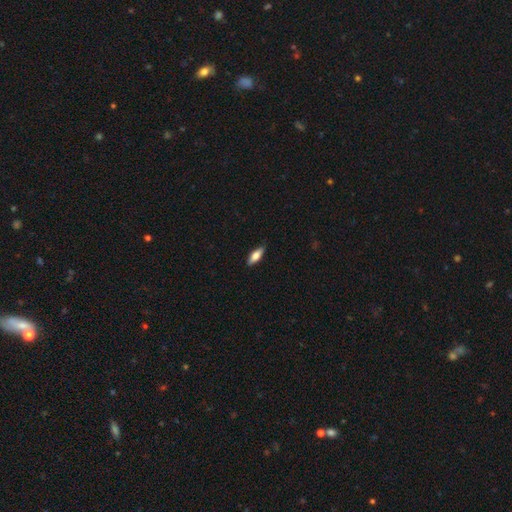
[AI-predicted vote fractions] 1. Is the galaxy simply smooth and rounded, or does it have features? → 71% smooth, 23% featured or disk, 6% star or artifact.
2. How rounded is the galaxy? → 68% in between, 30% cigar-shaped, 2% round.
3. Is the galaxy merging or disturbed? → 86% none, 11% minor disturbance, 2% major disturbance, 1% merger.